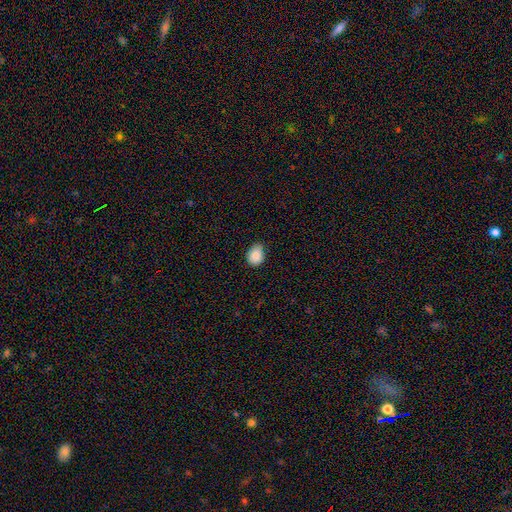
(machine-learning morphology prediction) smooth-or-featured: smooth: 88% | star or artifact: 8% | featured or disk: 3%
  how-rounded: in between: 60% | round: 39% | cigar-shaped: 1%
  merging: none: 69% | minor disturbance: 26% | major disturbance: 3% | merger: 1%